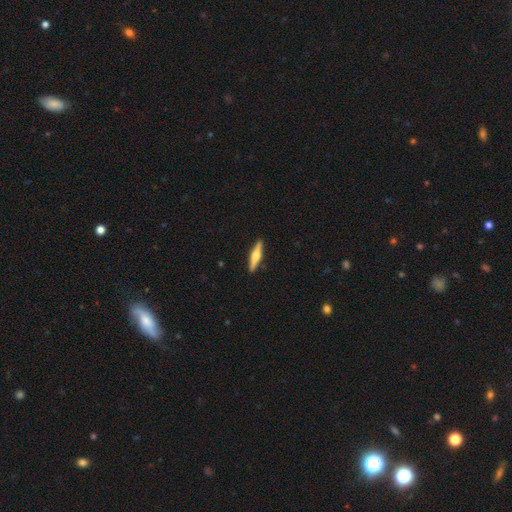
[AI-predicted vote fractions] This is likely a featured or disk galaxy (65%). It is clearly viewed edge-on (97%). Edge-on bulge: clearly rounded (93%). Merging: clearly none (92%).